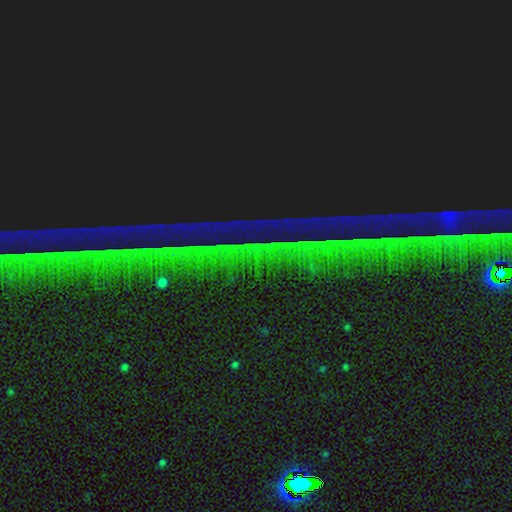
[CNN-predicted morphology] smooth-or-featured: star or artifact: 89% | featured or disk: 6% | smooth: 5%